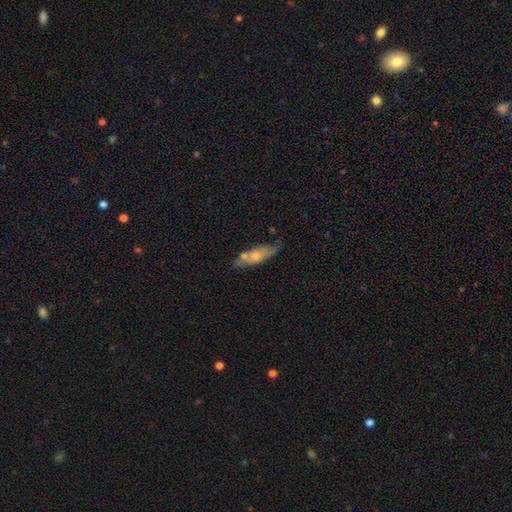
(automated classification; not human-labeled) Morphology: type=featured or disk (49%); merging=none (64%).